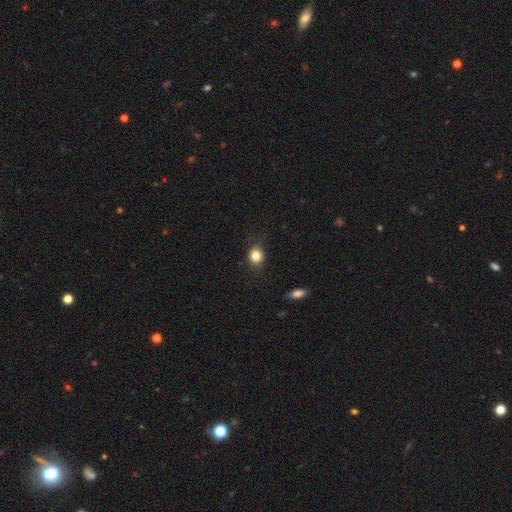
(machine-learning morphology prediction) Overall: smooth (83%). How rounded: round (59%; in between 40%). Merging: none (84%).